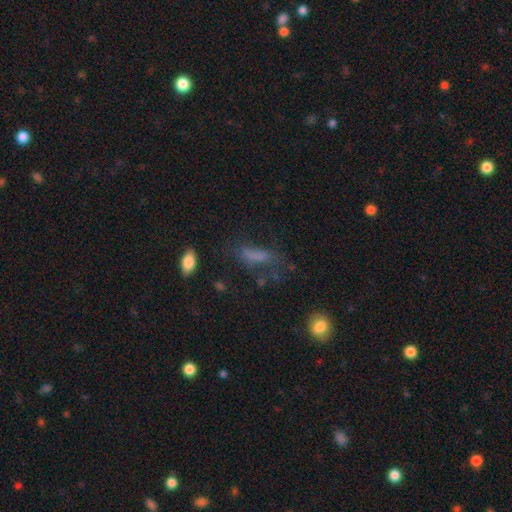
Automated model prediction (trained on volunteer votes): smooth-or-featured: smooth: 63% | featured or disk: 19% | star or artifact: 17%
  how-rounded: in between: 54% | cigar-shaped: 41% | round: 5%
  merging: none: 42% | major disturbance: 28% | minor disturbance: 24% | merger: 6%